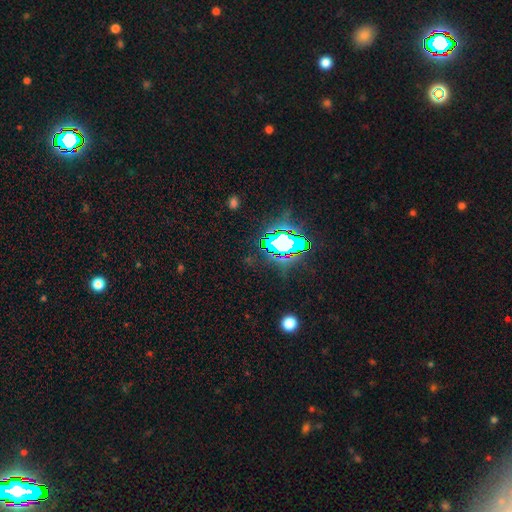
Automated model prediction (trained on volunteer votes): smooth_or_featured: star or artifact (p=0.81) [alt: smooth p=0.11]